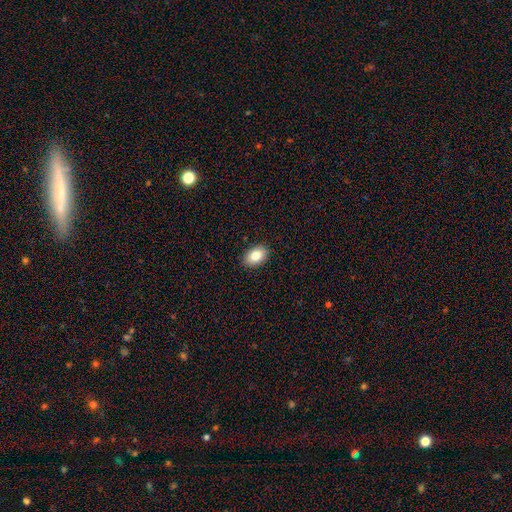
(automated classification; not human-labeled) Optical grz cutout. It shows a smooth galaxy with no disk features (84%) that is in between round and cigar-shaped (88%). Merging: none (90%).